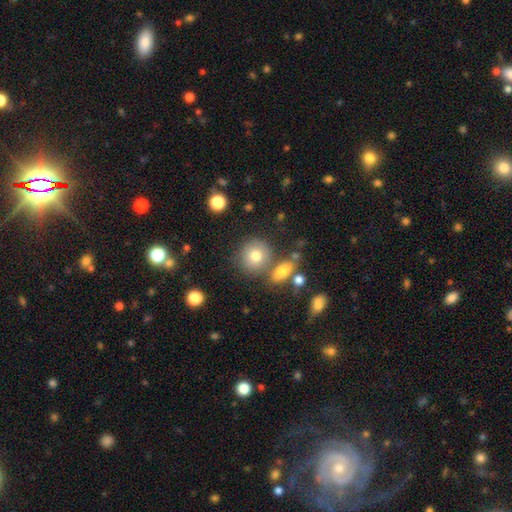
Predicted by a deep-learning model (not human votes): smooth-or-featured: smooth: 77% | featured or disk: 13% | star or artifact: 10%
  how-rounded: round: 87% | in between: 12% | cigar-shaped: 1%
  merging: none: 67% | merger: 17% | minor disturbance: 11% | major disturbance: 4%